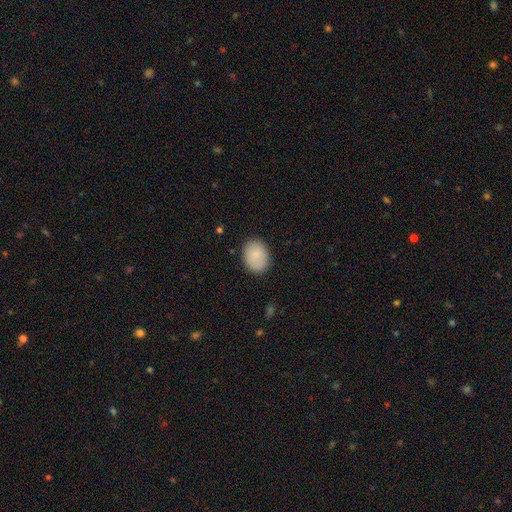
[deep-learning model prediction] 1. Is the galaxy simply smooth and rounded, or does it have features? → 87% smooth, 7% star or artifact, 6% featured or disk.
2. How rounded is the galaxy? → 58% in between, 41% round, 1% cigar-shaped.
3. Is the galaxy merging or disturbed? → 85% none, 11% minor disturbance, 3% major disturbance, 1% merger.